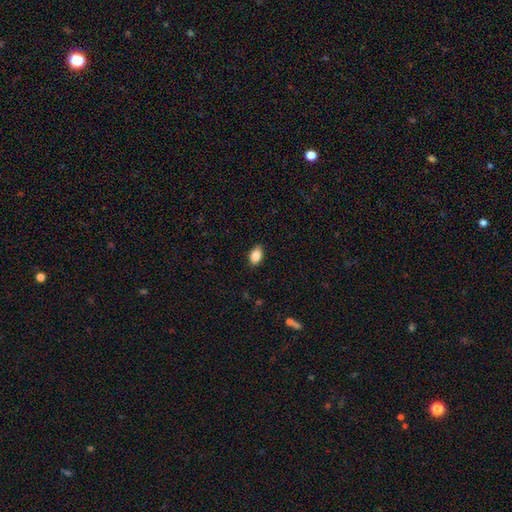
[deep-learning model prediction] smooth 87%, star or artifact 8%, featured or disk 5%. Down the decision tree: how rounded — in between (87%); merging — none (86%).